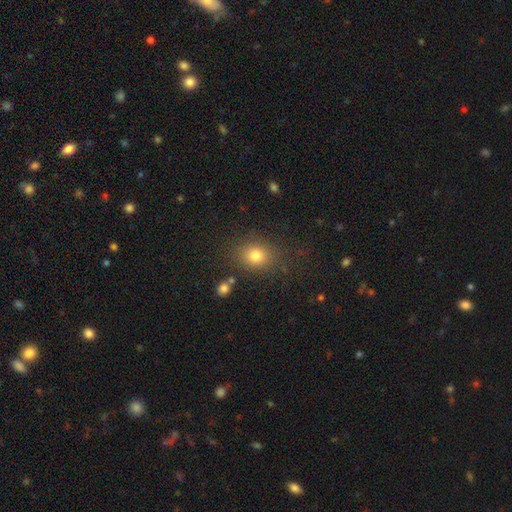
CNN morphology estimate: Smooth or featured: smooth — 79% (star or artifact — 14%)
How rounded: round — 58% (in between — 41%)
Merging: none — 81% (minor disturbance — 11%)